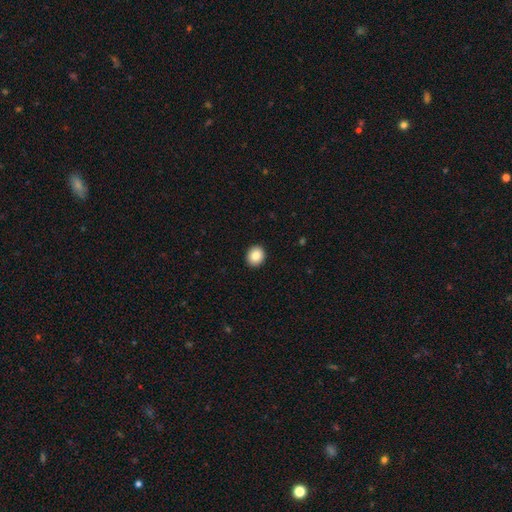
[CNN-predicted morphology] Overall: smooth (85%). How rounded: round (76%). Merging: none (92%).